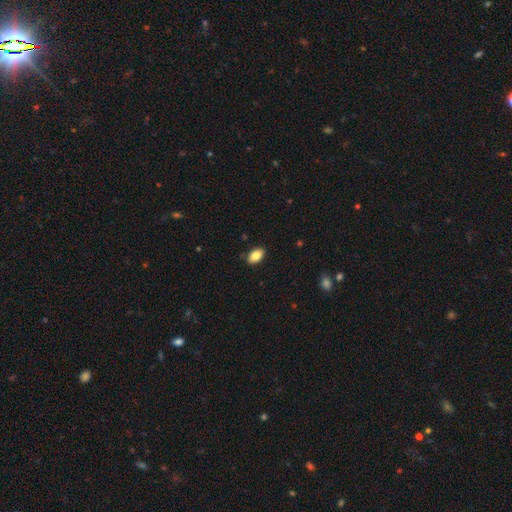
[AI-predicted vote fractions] Overall: smooth (84%). How rounded: in between (91%). Merging: none (86%).